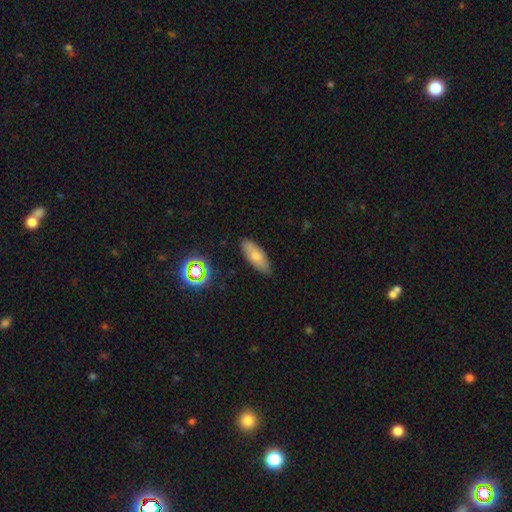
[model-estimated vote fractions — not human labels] Smooth or featured? Predicted: smooth (p=0.73). How rounded? Predicted: in between (p=0.74). Merging? Predicted: none (p=0.83).